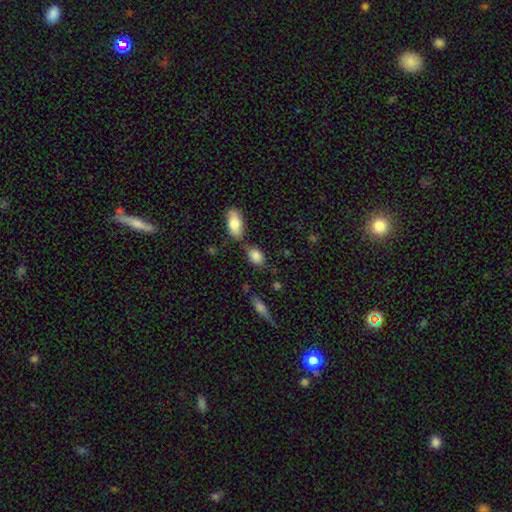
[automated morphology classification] Overall: smooth (85%). How rounded: in between (84%). Merging: none (60%).